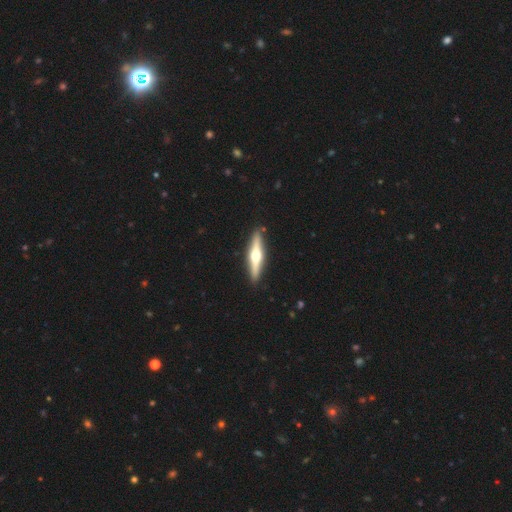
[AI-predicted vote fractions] Smooth or featured? Predicted: featured or disk (p=0.66). Edge-on disk? Predicted: yes (p=0.96). Edge-on bulge? Predicted: rounded (p=0.95). Merging? Predicted: none (p=0.90).